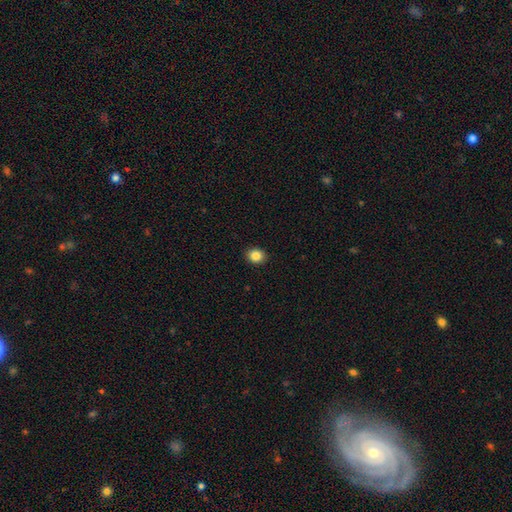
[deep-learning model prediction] A smooth galaxy with no disk features (86%) that is round (64%).

Vote fractions:
- Smooth or featured? smooth: 86% / star or artifact: 10% / featured or disk: 4%
- How rounded? round: 64% / in between: 35% / cigar-shaped: 1%
- Merging? none: 91% / minor disturbance: 6% / major disturbance: 2% / merger: 1%